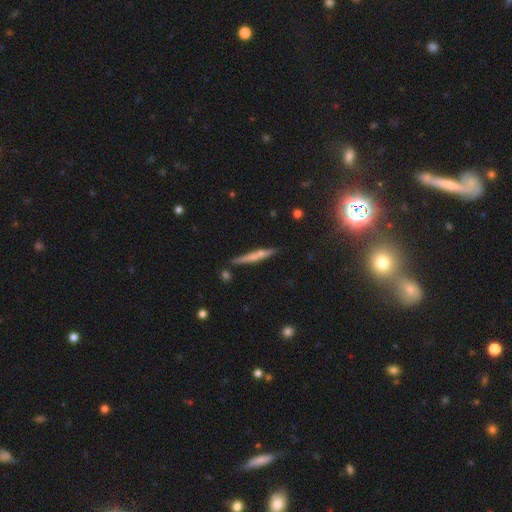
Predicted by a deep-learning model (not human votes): This appears to be a smooth galaxy with no disk features (53%) that is cigar-shaped (94%). Merging: none (81%).